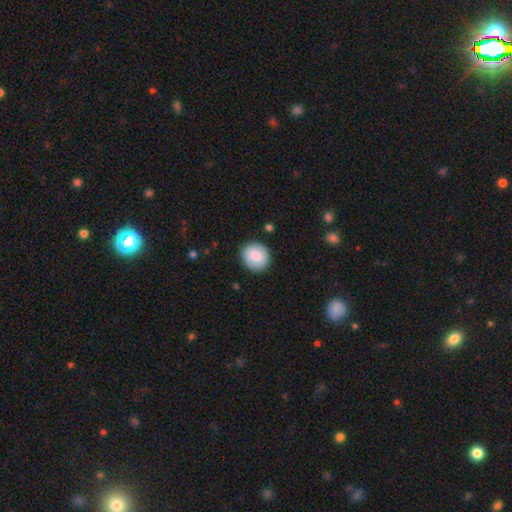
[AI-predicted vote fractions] This appears to be a smooth galaxy with no disk features (81%) that is round (82%). Merging: none (87%).